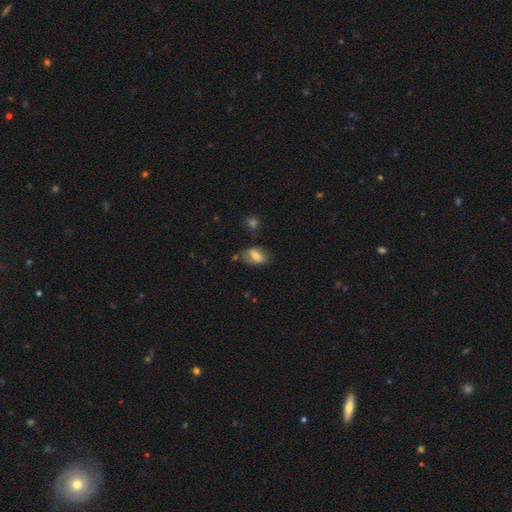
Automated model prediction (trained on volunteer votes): The model was most divided on "smooth or featured": smooth: 61%, featured or disk: 31%, star or artifact: 8%. More confident: how rounded — in between (85%); merging — none (62%).